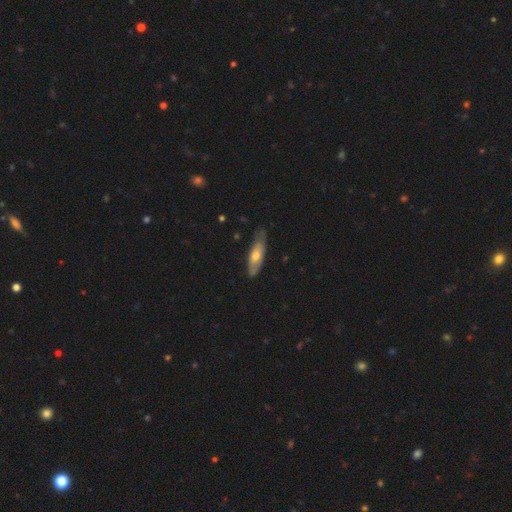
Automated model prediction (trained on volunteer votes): Q: Smooth or featured?
A: smooth (53%); runner-up: featured or disk (42%)
Q: How rounded?
A: cigar-shaped (49%); tied with: in between (49%)
Q: Merging?
A: none (67%); runner-up: minor disturbance (26%)